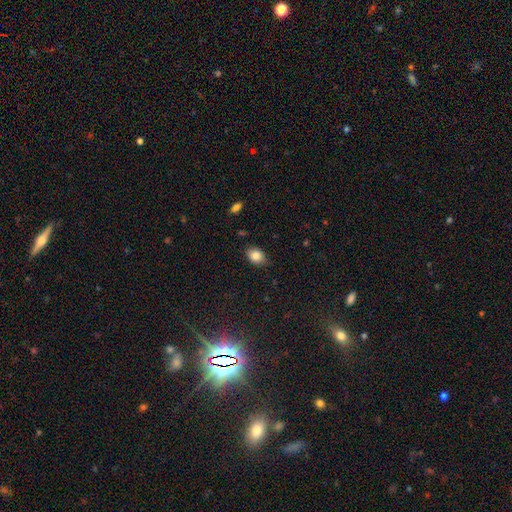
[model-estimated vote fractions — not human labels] smooth 84%, star or artifact 9%, featured or disk 7%. Down the decision tree: how rounded — in between (74%); merging — none (81%).